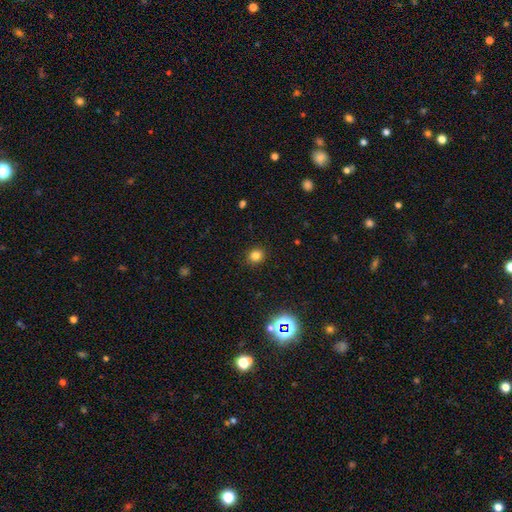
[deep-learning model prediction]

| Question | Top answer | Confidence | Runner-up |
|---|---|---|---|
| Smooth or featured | smooth | 80% | star or artifact (15%) |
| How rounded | round | 81% | in between (18%) |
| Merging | none | 91% | minor disturbance (6%) |